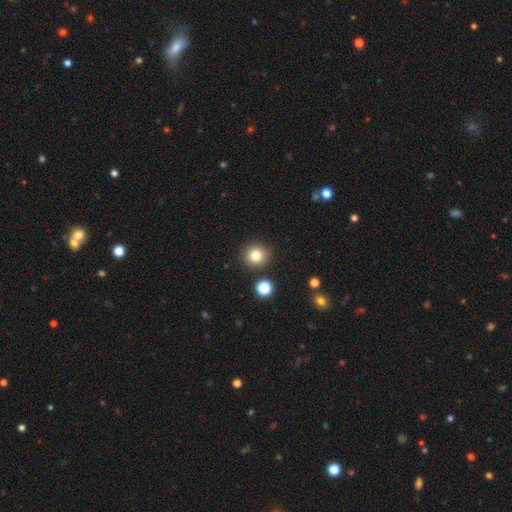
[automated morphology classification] This appears to be a smooth galaxy with no disk features (81%) that is round (93%). Merging: none (88%).